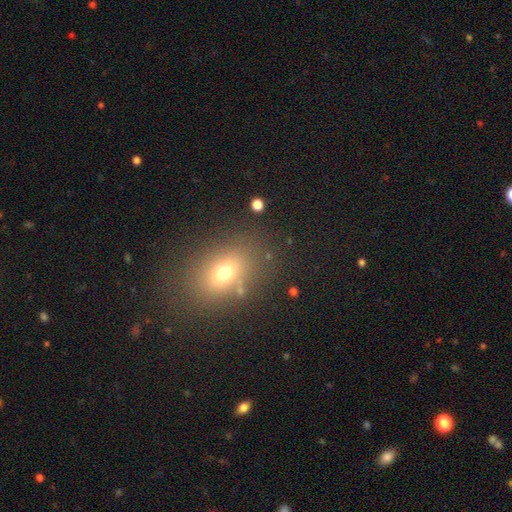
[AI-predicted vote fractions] A smooth galaxy with no disk features (65%) that is in between round and cigar-shaped (69%).

Vote fractions:
- Smooth or featured? smooth: 65% / star or artifact: 24% / featured or disk: 12%
- How rounded? in between: 69% / round: 29% / cigar-shaped: 2%
- Merging? none: 85% / minor disturbance: 9% / major disturbance: 3% / merger: 2%